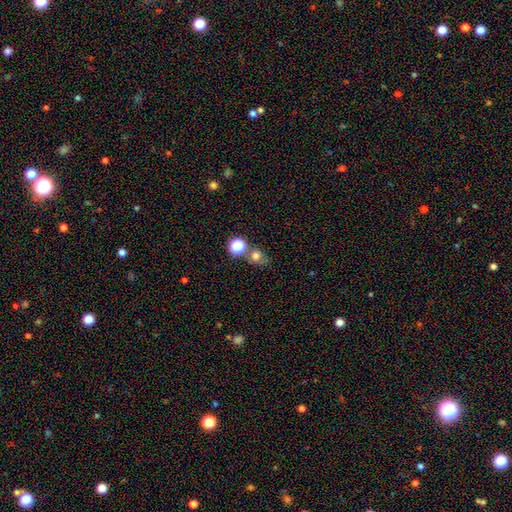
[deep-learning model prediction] smooth_or_featured: smooth (p=0.71) [alt: star or artifact p=0.19]
how_rounded: round (p=0.72) [alt: in between p=0.27]
merging: none (p=0.56) [alt: merger p=0.23]